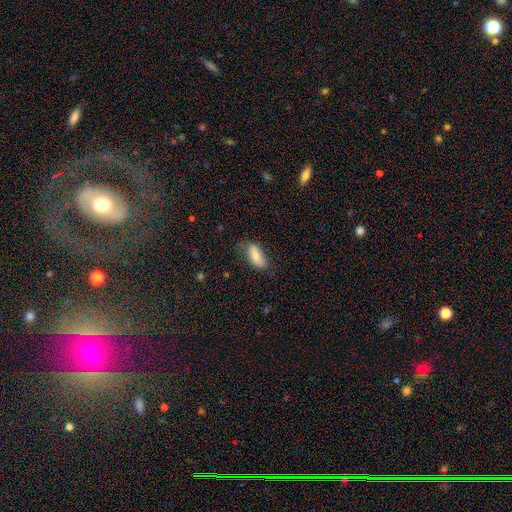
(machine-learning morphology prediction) Smooth or featured: smooth — 74% (featured or disk — 19%)
How rounded: in between — 88% (cigar-shaped — 10%)
Merging: none — 68% (minor disturbance — 24%)